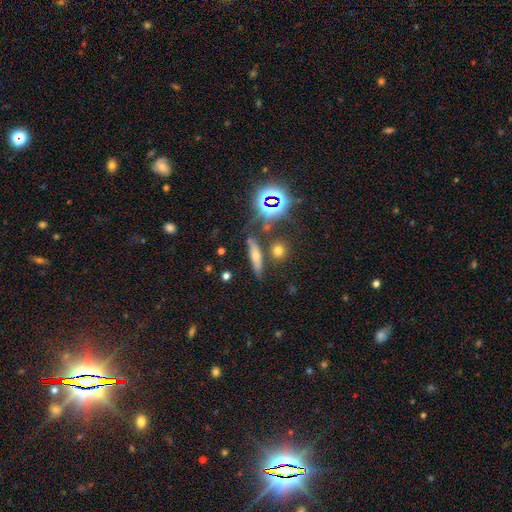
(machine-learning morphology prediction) A smooth galaxy with no disk features (44%). Merging: none (77%).